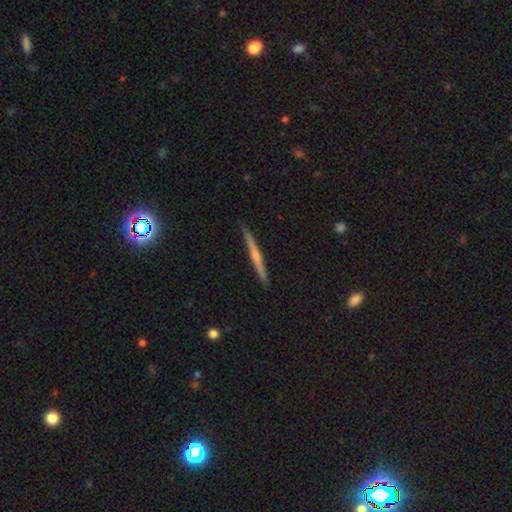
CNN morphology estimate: Q: Smooth or featured?
A: featured or disk (58%); runner-up: smooth (36%)
Q: Edge-on disk?
A: yes (98%); runner-up: no (2%)
Q: Edge-on bulge?
A: rounded (51%); runner-up: none (43%)
Q: Merging?
A: none (90%); runner-up: minor disturbance (7%)